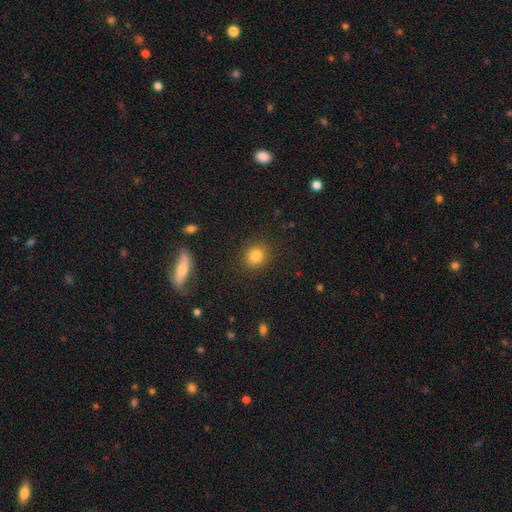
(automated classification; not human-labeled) Smooth or featured? smooth (83%)
How rounded? round (78%)
Merging? none (89%)